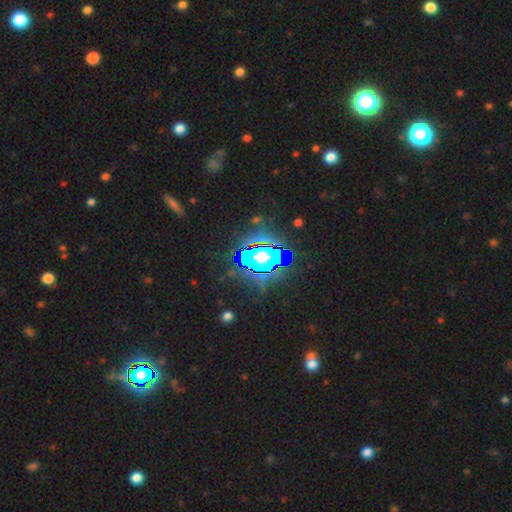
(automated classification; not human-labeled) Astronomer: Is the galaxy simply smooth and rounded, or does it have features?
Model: star or artifact — 75%.